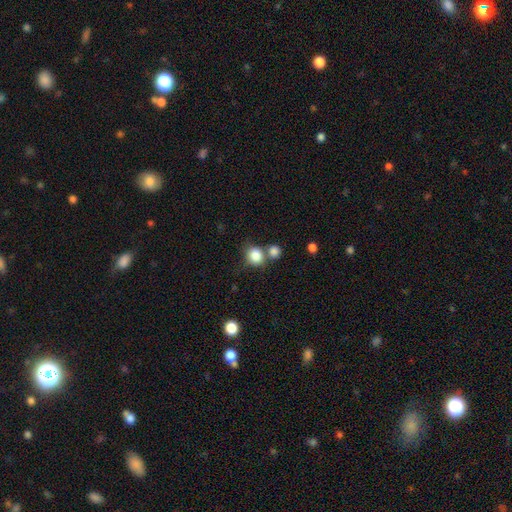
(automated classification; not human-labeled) Smooth or featured: smooth — 84% (star or artifact — 10%)
How rounded: round — 80% (in between — 20%)
Merging: none — 56% (merger — 31%)